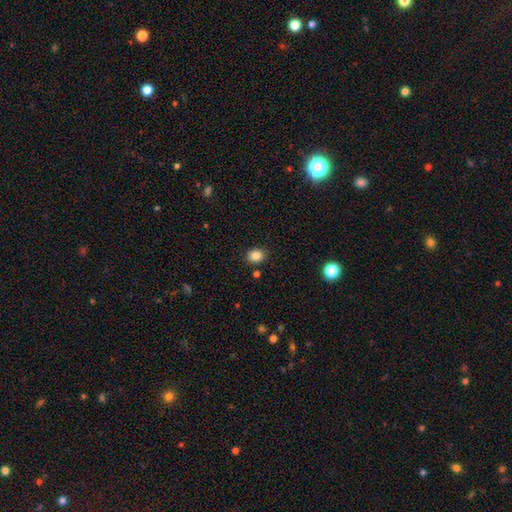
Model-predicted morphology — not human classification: A smooth galaxy with no disk features (85%) that is round (55%).

Vote fractions:
- Smooth or featured? smooth: 85% / star or artifact: 10% / featured or disk: 5%
- How rounded? round: 55% / in between: 44% / cigar-shaped: 1%
- Merging? none: 86% / minor disturbance: 9% / merger: 3% / major disturbance: 2%